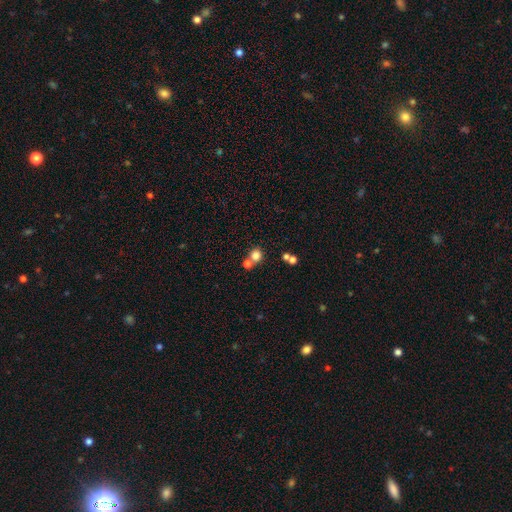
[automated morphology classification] A smooth galaxy with no disk features (79%) that is round (85%). Merging: none (57%).